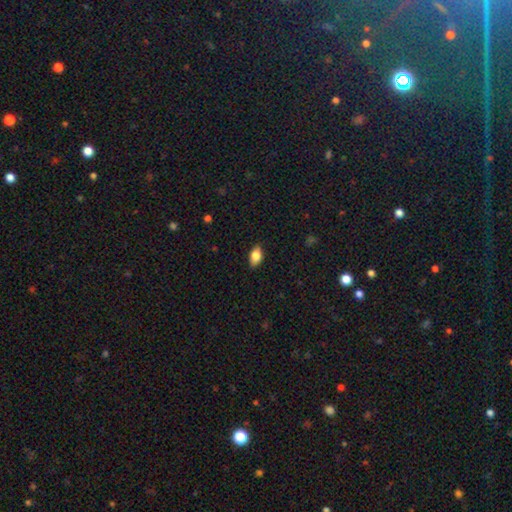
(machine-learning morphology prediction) A smooth galaxy with no disk features (81%) that is in between round and cigar-shaped (90%).

Vote fractions:
- Smooth or featured? smooth: 81% / featured or disk: 11% / star or artifact: 8%
- How rounded? in between: 90% / round: 7% / cigar-shaped: 4%
- Merging? none: 87% / minor disturbance: 10% / major disturbance: 2% / merger: 1%